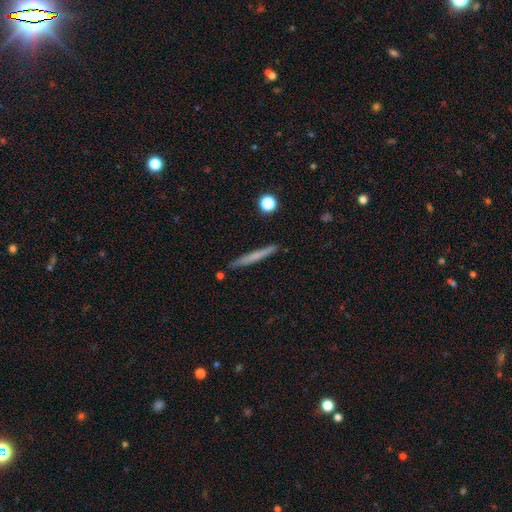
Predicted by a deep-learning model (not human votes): This is possibly a smooth galaxy (57%). How rounded: clearly cigar-shaped (96%). Merging: clearly none (88%).